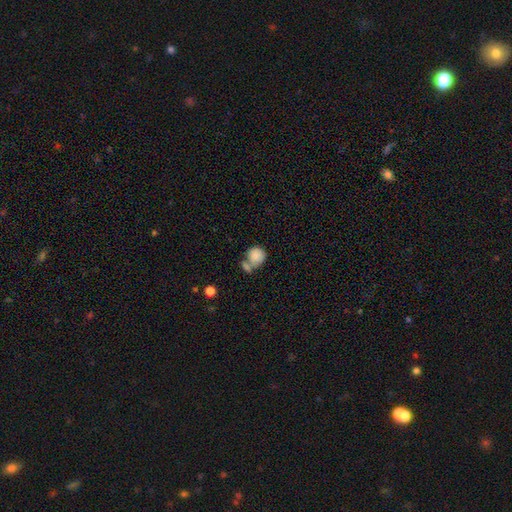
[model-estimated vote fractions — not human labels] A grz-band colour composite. It shows a smooth galaxy with no disk features (81%) that is round (77%). Merging: merger (46%).